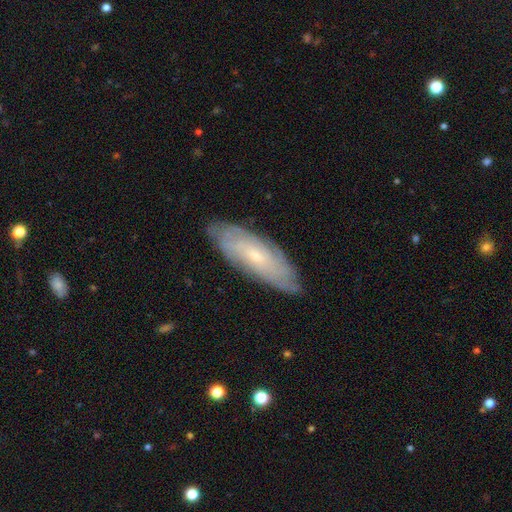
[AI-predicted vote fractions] smooth_or_featured: featured or disk (p=0.63) [alt: smooth p=0.30]
disk_edge_on: no (p=0.79) [alt: yes p=0.21]
bar: no (p=0.72) [alt: weak p=0.24]
has_spiral_arms: yes (p=0.83) [alt: no p=0.17]
bulge_size: small (p=0.73) [alt: moderate p=0.22]
merging: none (p=0.81) [alt: minor disturbance p=0.15]